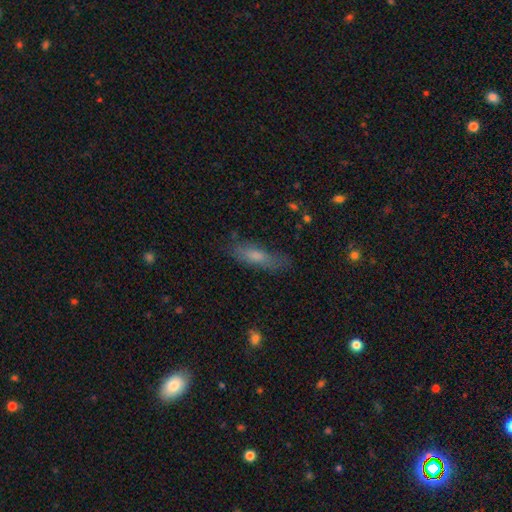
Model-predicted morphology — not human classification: This appears to be a smooth galaxy with no disk features (69%) that is cigar-shaped (58%). Merging: none (72%).